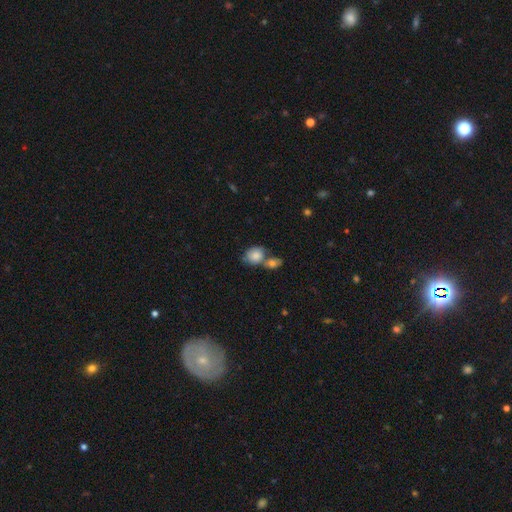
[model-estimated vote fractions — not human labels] Smooth or featured: smooth — 76% (featured or disk — 16%)
How rounded: in between — 52% (round — 47%)
Merging: merger — 54% (none — 30%)